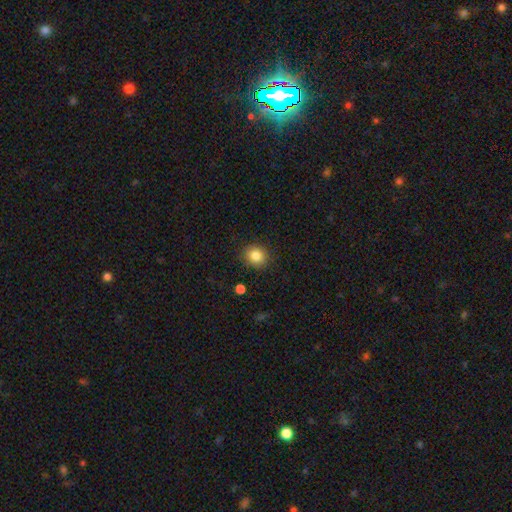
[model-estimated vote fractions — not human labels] Smooth or featured? Predicted: smooth (p=0.85). How rounded? Predicted: round (p=0.76). Merging? Predicted: none (p=0.88).